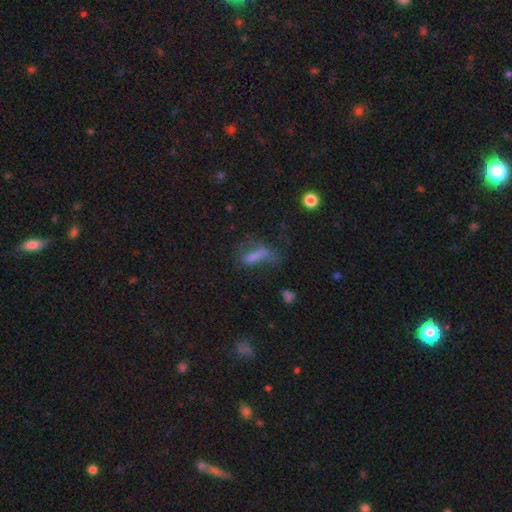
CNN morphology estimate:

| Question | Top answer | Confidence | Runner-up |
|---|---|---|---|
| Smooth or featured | smooth | 60% | featured or disk (25%) |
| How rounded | cigar-shaped | 49% | in between (46%) |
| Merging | major disturbance | 37% | none (35%) |